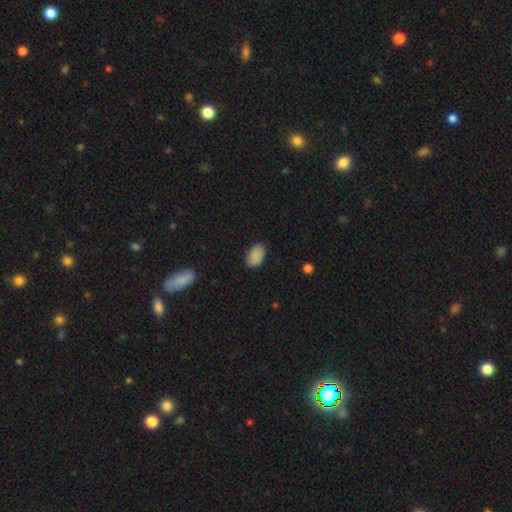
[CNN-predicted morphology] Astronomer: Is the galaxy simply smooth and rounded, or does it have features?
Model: smooth — 89%.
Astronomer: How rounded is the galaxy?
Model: in between — 92%.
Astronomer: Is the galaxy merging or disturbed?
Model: none — 85%.